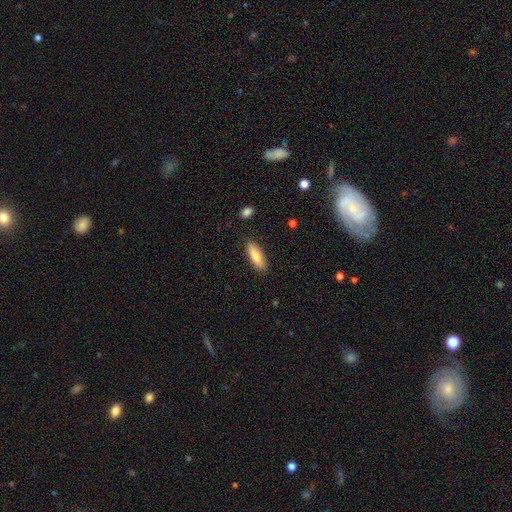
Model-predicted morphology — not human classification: type=smooth (79%); roundness=in between (56%); merging=none (87%).